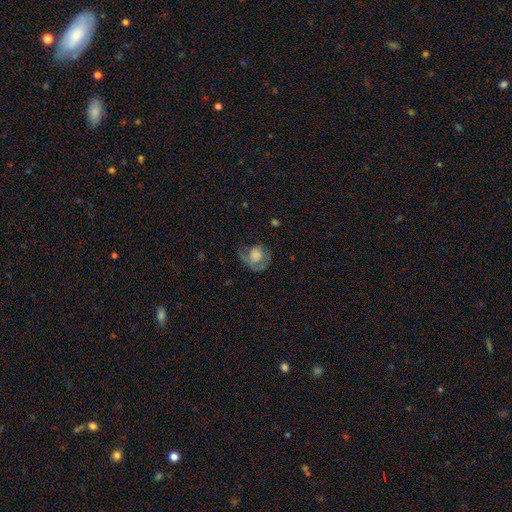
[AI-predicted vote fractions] Smooth or featured?
  - smooth: 49% *
  - featured or disk: 42%
  - star or artifact: 9%
Merging?
  - none: 42% *
  - major disturbance: 31%
  - minor disturbance: 24%
  - merger: 2%